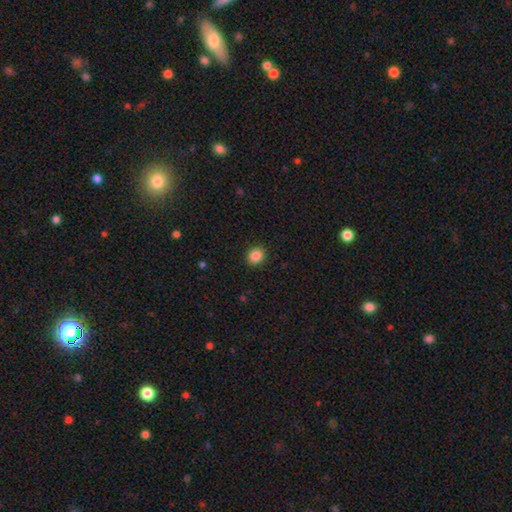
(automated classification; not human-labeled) This is clearly a smooth galaxy (87%). How rounded: likely round (70%). Merging: clearly none (91%).